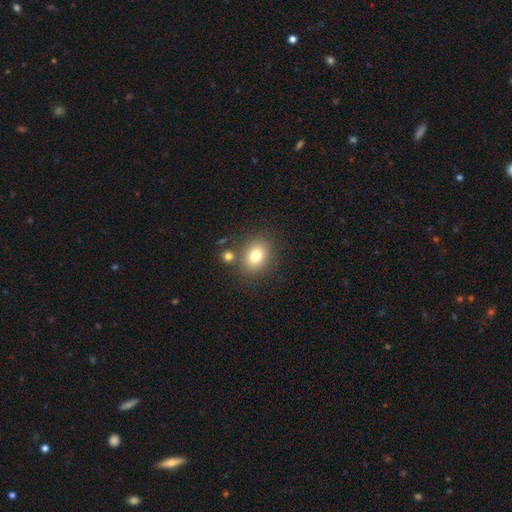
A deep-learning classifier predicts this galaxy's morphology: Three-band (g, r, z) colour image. It shows a smooth galaxy with no disk features (79%) that is round (51%). Merging: none (75%).